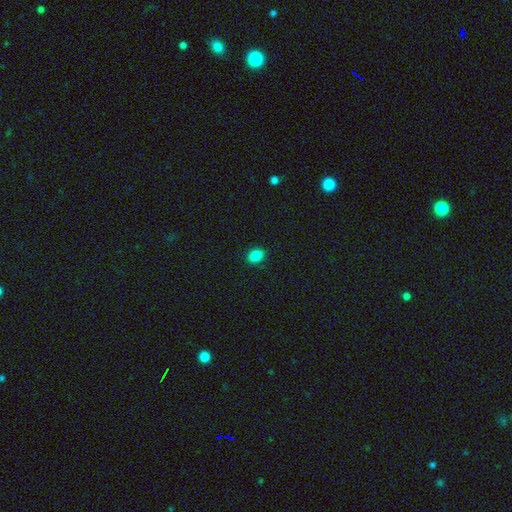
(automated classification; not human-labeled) Overall: smooth (86%). How rounded: in between (71%). Merging: none (90%).